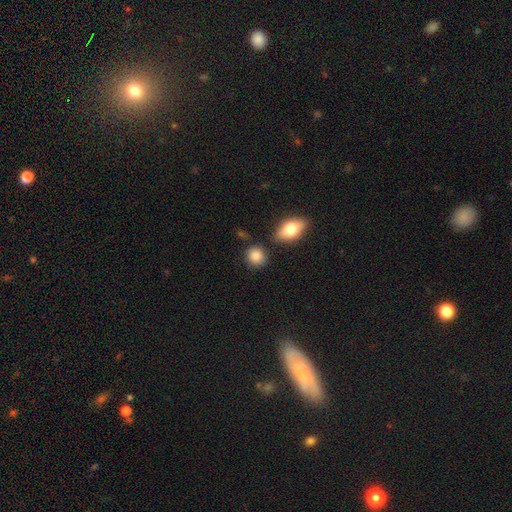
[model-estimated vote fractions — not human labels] This appears to be a smooth galaxy with no disk features (86%) that is round (78%). Merging: none (76%).